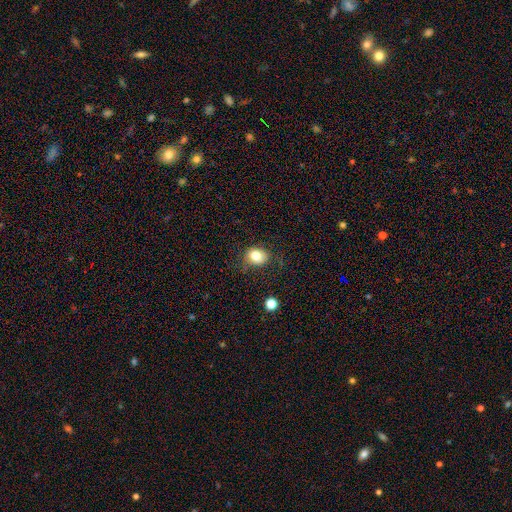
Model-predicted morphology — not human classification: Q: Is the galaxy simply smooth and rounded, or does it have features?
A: smooth — 79%.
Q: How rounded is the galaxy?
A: round — 60%.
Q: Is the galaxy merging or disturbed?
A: none — 69%.